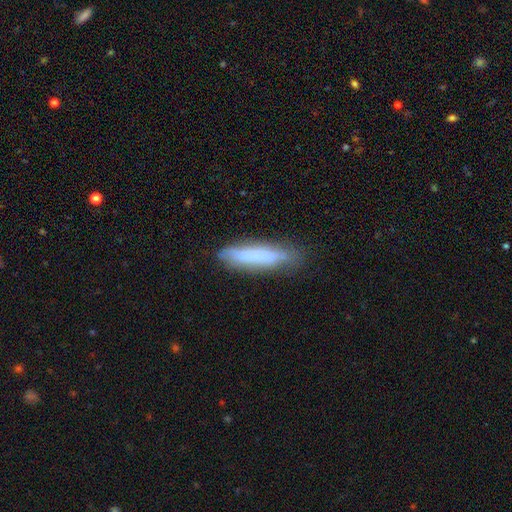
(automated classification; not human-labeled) Smooth or featured? smooth (58%)
How rounded? cigar-shaped (85%)
Merging? none (69%)